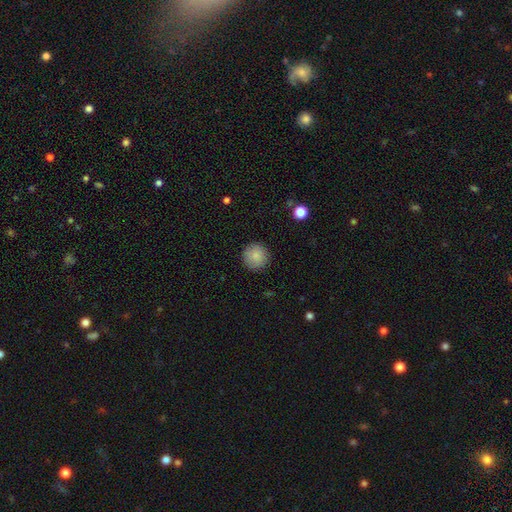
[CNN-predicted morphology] smooth-or-featured: smooth: 87% | star or artifact: 8% | featured or disk: 6%
  how-rounded: round: 95% | in between: 4% | cigar-shaped: 1%
  merging: none: 90% | minor disturbance: 7% | major disturbance: 2% | merger: 1%